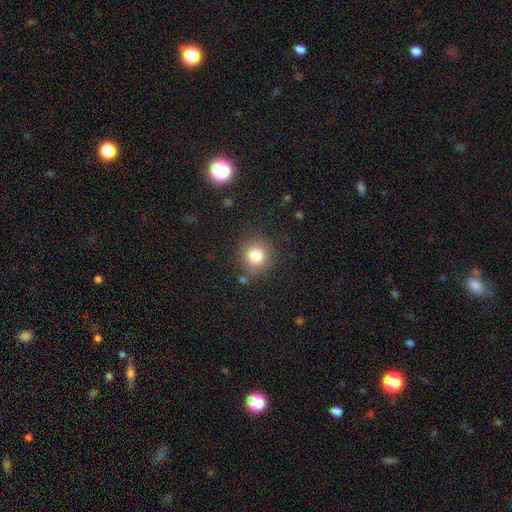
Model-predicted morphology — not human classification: The model was most divided on "smooth or featured": smooth: 80%, star or artifact: 12%, featured or disk: 8%. More confident: how rounded — round (92%); merging — none (82%).